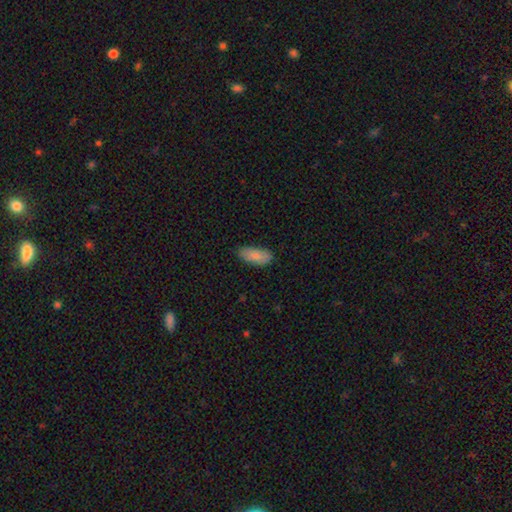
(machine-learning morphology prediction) This is clearly a smooth galaxy (85%). How rounded: clearly in between (86%). Merging: likely none (78%).